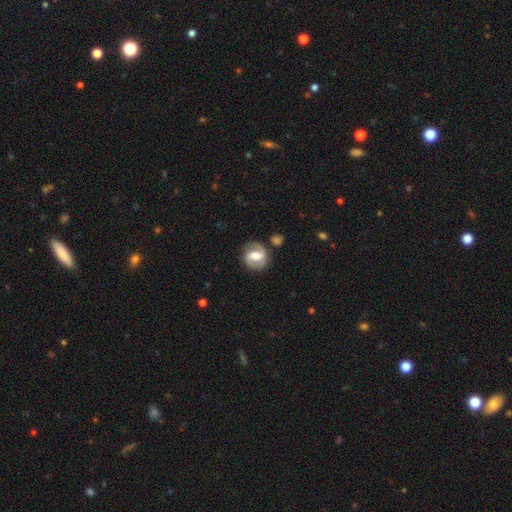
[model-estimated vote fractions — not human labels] This is likely a featured or disk galaxy (63%). It is clearly not viewed edge-on (96%). Bar: marginally weak (44%). Spiral arm pattern: likely yes (80%). Central bulge: likely moderate (64%). Merging: likely none (77%).